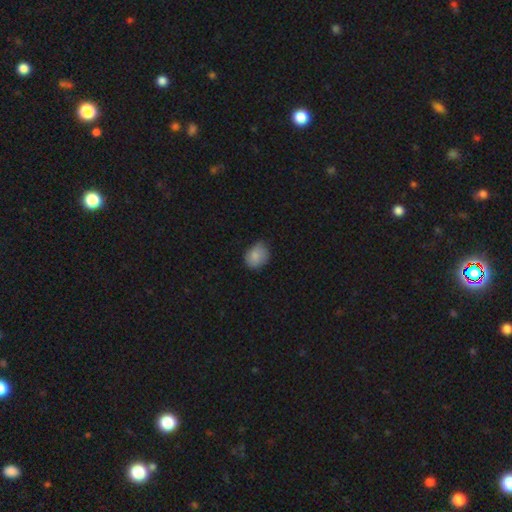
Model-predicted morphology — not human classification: Q: Smooth or featured?
A: smooth (83%); runner-up: featured or disk (8%)
Q: How rounded?
A: in between (51%); runner-up: round (48%)
Q: Merging?
A: none (63%); runner-up: minor disturbance (31%)